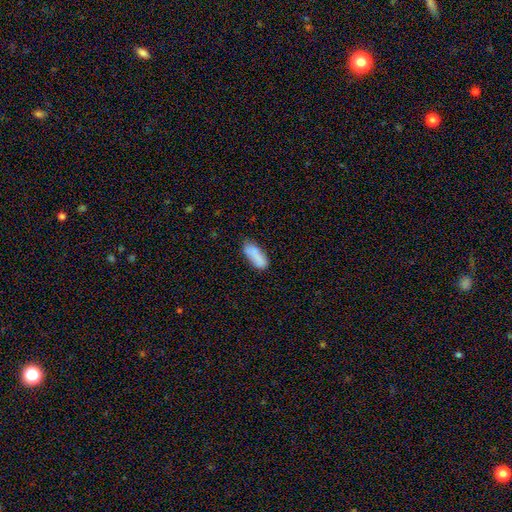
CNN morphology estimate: A smooth galaxy with no disk features (84%) that is in between round and cigar-shaped (76%). Merging: none (68%).